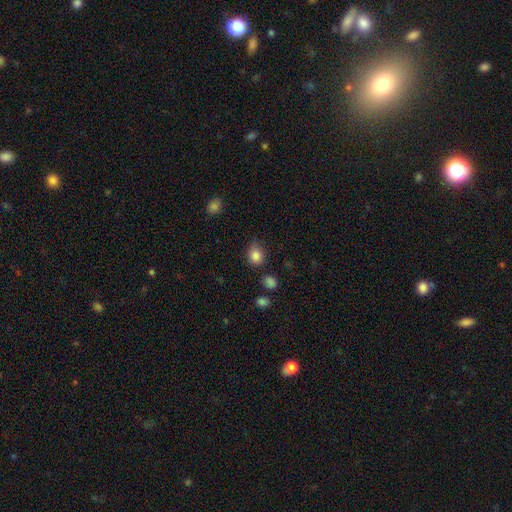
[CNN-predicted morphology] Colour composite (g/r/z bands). It shows a smooth galaxy with no disk features (85%) that is round (67%). Merging: none (64%).